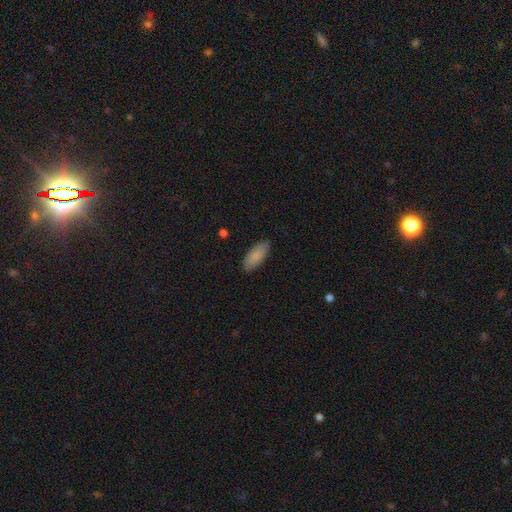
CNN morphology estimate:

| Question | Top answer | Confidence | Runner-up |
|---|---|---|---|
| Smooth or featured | smooth | 84% | featured or disk (10%) |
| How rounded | in between | 86% | cigar-shaped (13%) |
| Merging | none | 85% | minor disturbance (12%) |